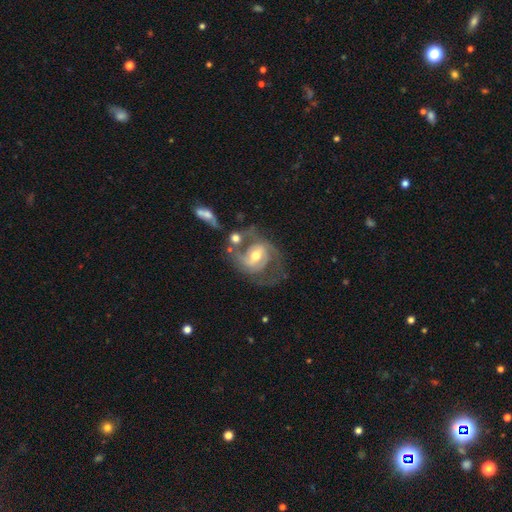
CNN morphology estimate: Q: Smooth or featured?
A: featured or disk (84%); runner-up: smooth (10%)
Q: Edge-on disk?
A: no (97%); runner-up: yes (3%)
Q: Bar?
A: weak (47%); runner-up: no (26%)
Q: Spiral arms?
A: yes (93%); runner-up: no (7%)
Q: Spiral winding?
A: medium (51%); runner-up: tight (31%)
Q: Spiral arm count?
A: 2 (74%); runner-up: can't tell (10%)
Q: Bulge size?
A: moderate (69%); runner-up: small (20%)
Q: Merging?
A: none (47%); runner-up: major disturbance (20%)